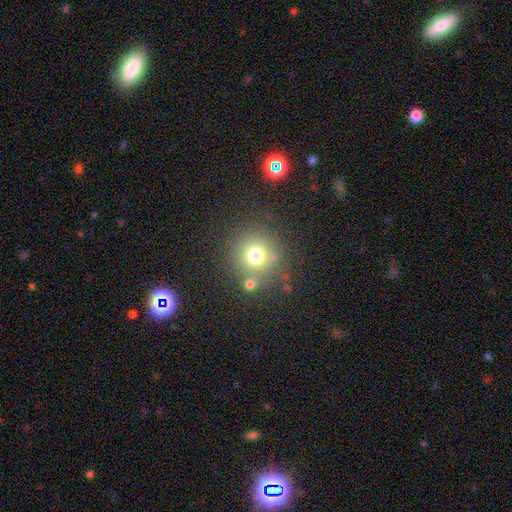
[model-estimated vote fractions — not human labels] Morphology: type=smooth (72%); roundness=round (93%); merging=none (74%).